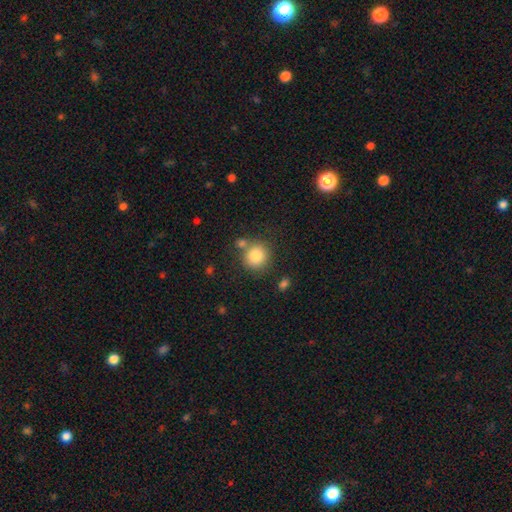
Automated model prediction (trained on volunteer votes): smooth-or-featured: smooth: 83% | star or artifact: 9% | featured or disk: 7%
  how-rounded: round: 88% | in between: 11% | cigar-shaped: 1%
  merging: none: 71% | merger: 14% | minor disturbance: 11% | major disturbance: 4%